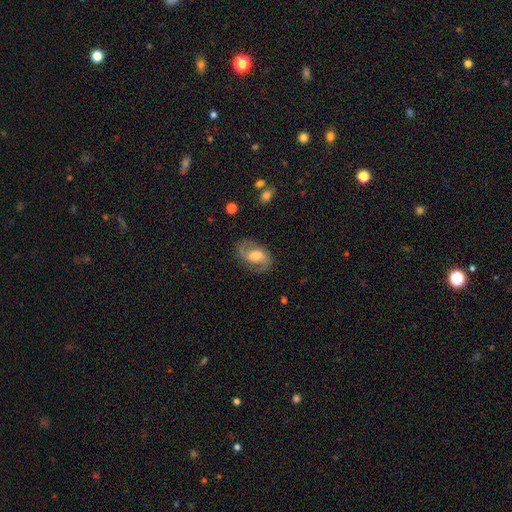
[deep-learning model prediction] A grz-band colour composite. It shows a featured or disk galaxy (70%) with no bar (41%, tied with weak), 2 (88%) medium (45%) spiral arms (87%) and a moderate central bulge (65%). Merging: none (76%).